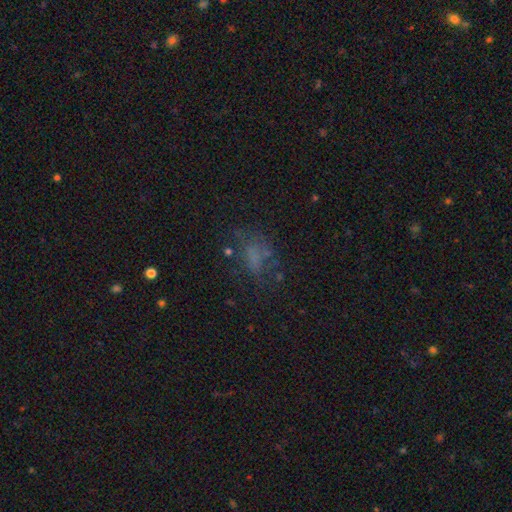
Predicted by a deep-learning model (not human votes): The model was most divided on "smooth or featured": smooth: 48%, featured or disk: 28%, star or artifact: 24%. Remaining: merging — none (50%).